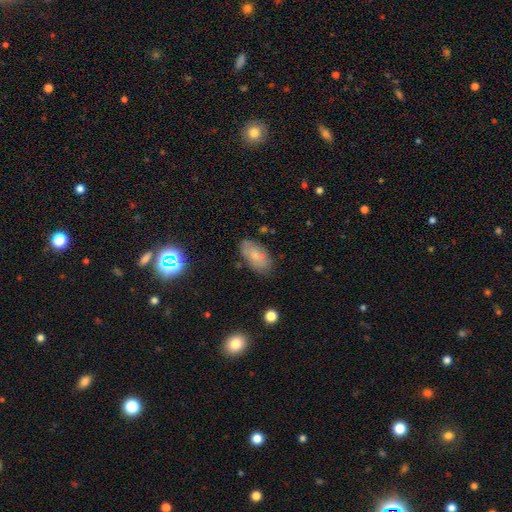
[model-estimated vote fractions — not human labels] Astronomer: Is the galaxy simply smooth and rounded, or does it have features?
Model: smooth — 71%.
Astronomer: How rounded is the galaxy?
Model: in between — 93%.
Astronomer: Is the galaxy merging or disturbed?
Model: none — 79%.